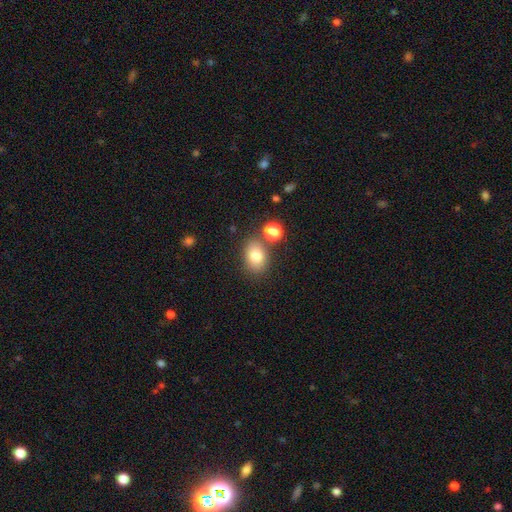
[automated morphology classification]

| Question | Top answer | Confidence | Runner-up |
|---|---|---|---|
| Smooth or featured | smooth | 80% | star or artifact (10%) |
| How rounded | in between | 67% | round (32%) |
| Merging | none | 72% | minor disturbance (12%) |